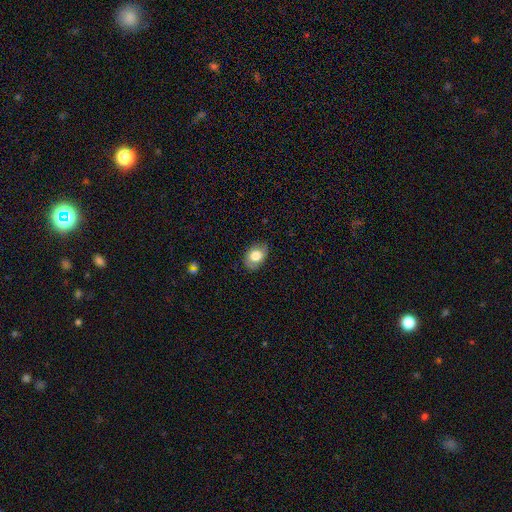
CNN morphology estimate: This appears to be a smooth galaxy with no disk features (73%) that is in between round and cigar-shaped (77%). Merging: none (77%).